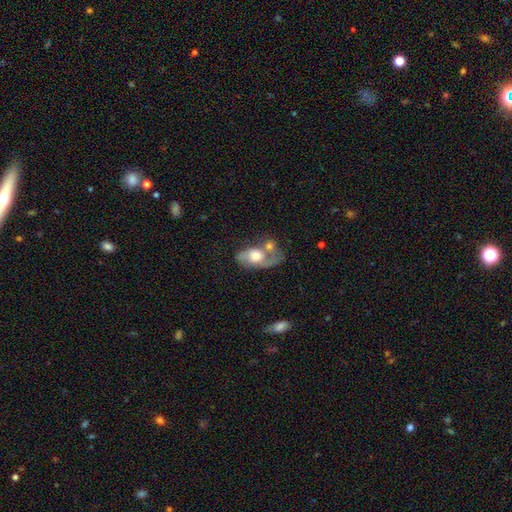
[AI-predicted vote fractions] Morphology: type=featured or disk (53%); edge-on=no (93%); merging=merger (39%).